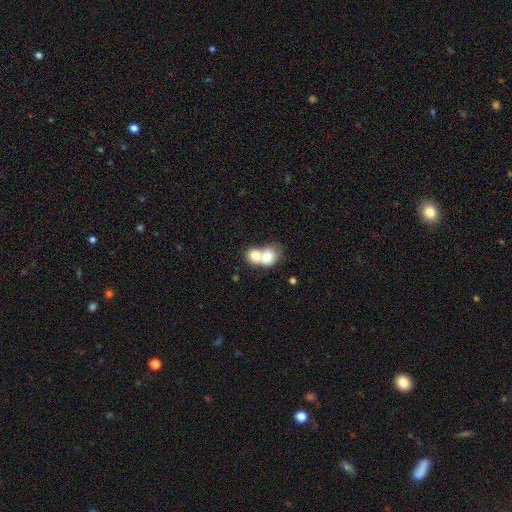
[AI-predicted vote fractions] Smooth or featured? smooth (73%)
How rounded? round (53%)
Merging? merger (76%)